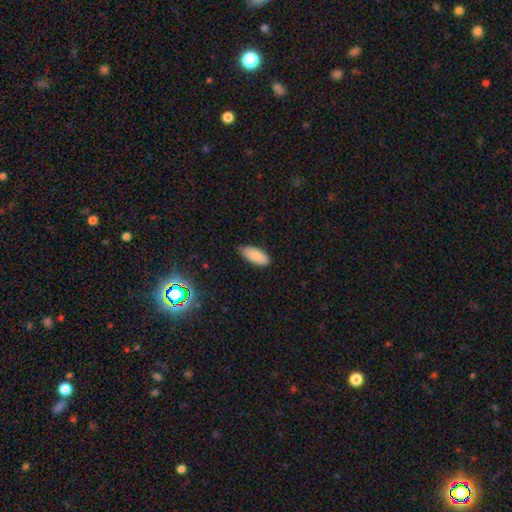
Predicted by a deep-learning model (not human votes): smooth_or_featured: smooth (p=0.85) [alt: featured or disk p=0.08]
how_rounded: in between (p=0.89) [alt: cigar-shaped p=0.09]
merging: none (p=0.69) [alt: minor disturbance p=0.27]